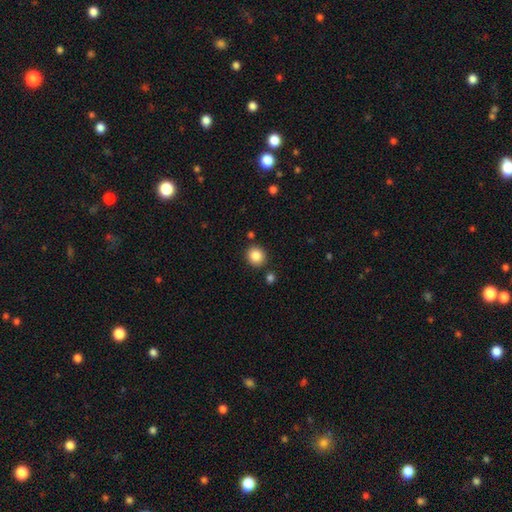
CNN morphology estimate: Smooth or featured? smooth (86%)
How rounded? round (88%)
Merging? none (87%)